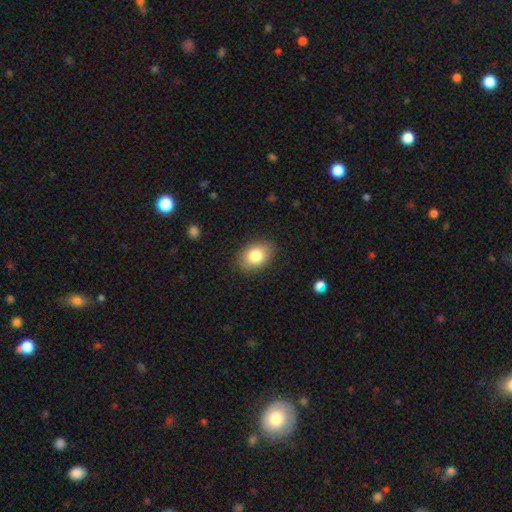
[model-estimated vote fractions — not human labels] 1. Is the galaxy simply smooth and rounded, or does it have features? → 82% smooth, 10% featured or disk, 8% star or artifact.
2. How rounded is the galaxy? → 79% in between, 20% round, 1% cigar-shaped.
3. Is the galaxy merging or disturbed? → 86% none, 10% minor disturbance, 3% major disturbance, 1% merger.